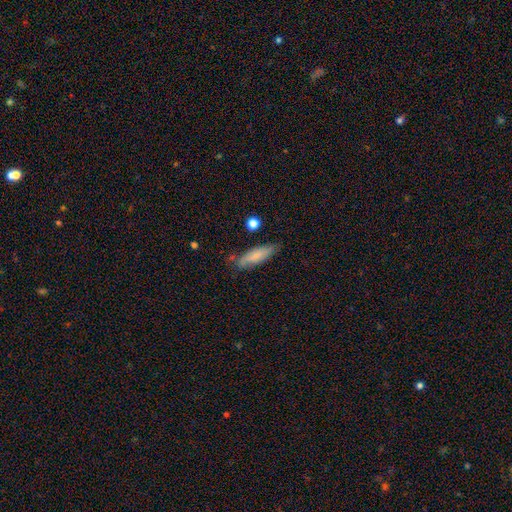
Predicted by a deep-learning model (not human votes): Overall: smooth (75%). How rounded: cigar-shaped (58%; in between 40%). Merging: none (72%).